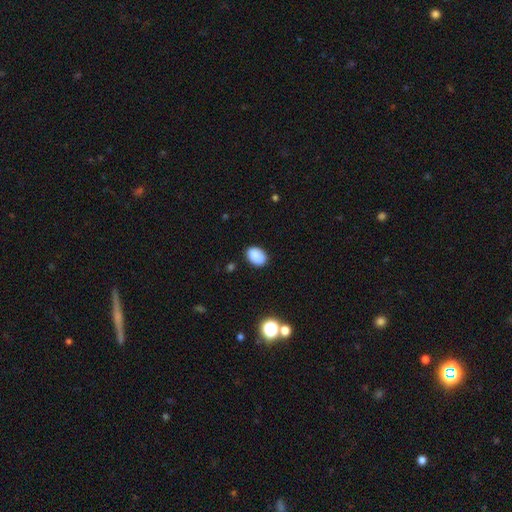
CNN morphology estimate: This is clearly a smooth galaxy (86%). How rounded: likely in between (78%). Merging: likely none (79%).